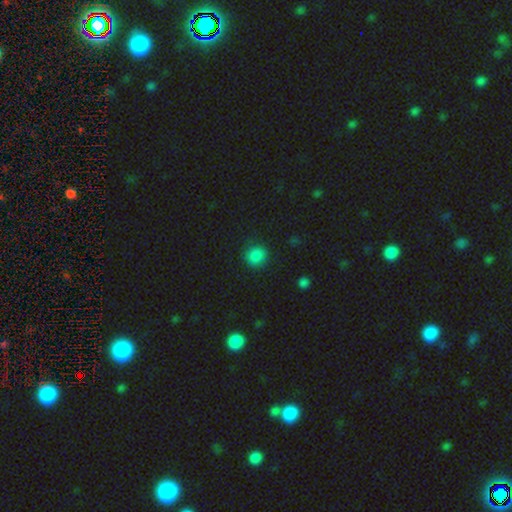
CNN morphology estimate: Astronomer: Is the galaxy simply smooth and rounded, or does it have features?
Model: smooth — 85%.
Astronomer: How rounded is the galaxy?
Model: round — 85%.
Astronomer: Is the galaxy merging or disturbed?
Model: none — 88%.